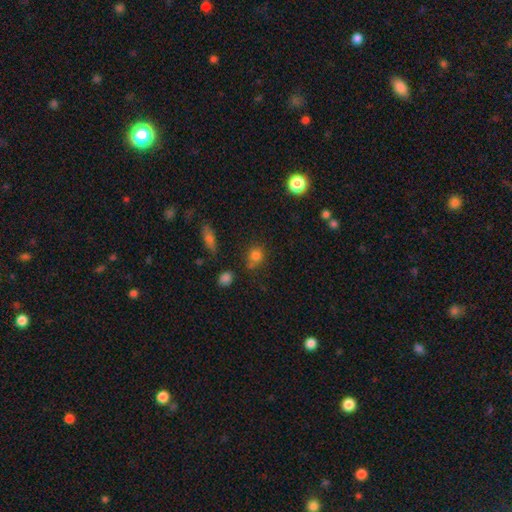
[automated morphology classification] Overall: smooth (78%). How rounded: round (74%). Merging: none (63%).